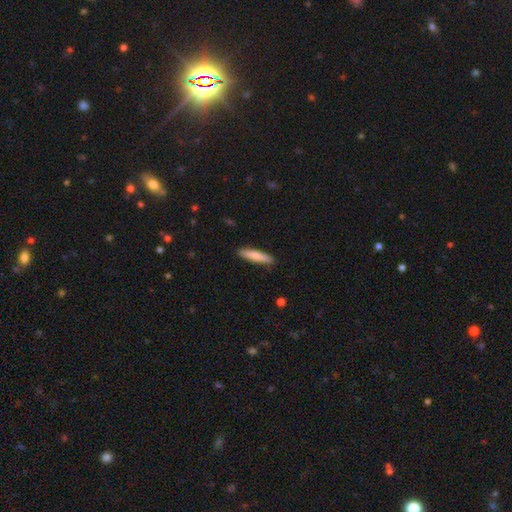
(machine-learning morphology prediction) A smooth galaxy with no disk features (76%) that is cigar-shaped (84%). Merging: none (89%).